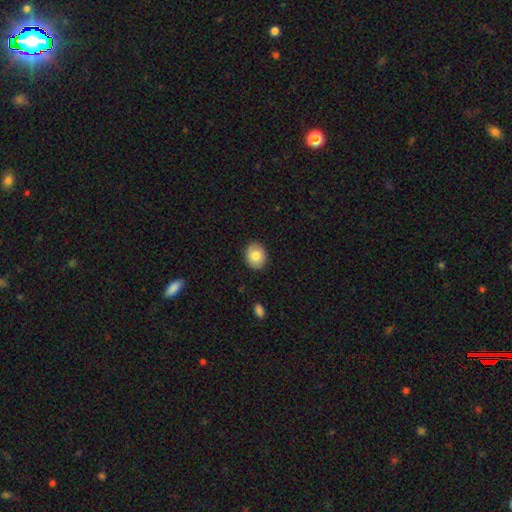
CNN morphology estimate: smooth 83%, featured or disk 9%, star or artifact 8%. Down the decision tree: how rounded — round (59%); merging — none (89%).